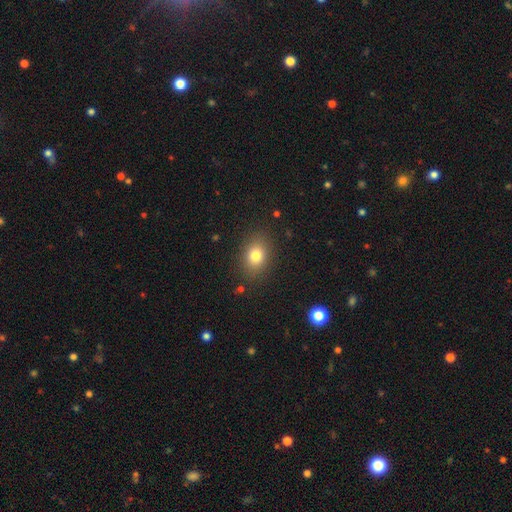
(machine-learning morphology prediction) type=smooth (80%); roundness=in between (64%); merging=none (86%).